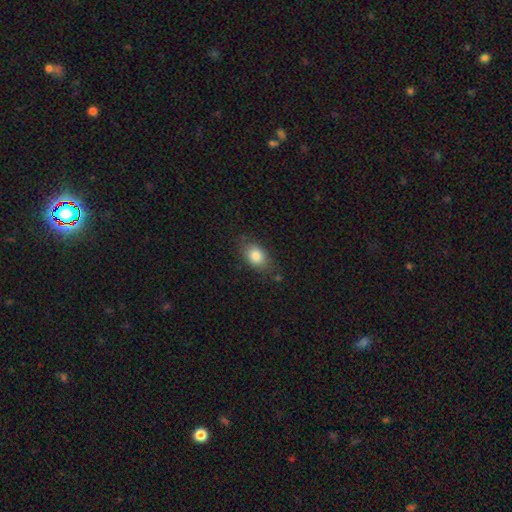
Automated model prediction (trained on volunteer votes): Overall: smooth (83%). How rounded: in between (80%). Merging: none (75%).